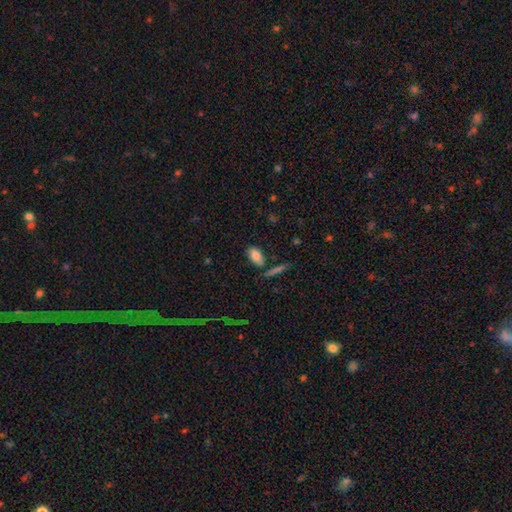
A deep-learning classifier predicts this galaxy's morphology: type=smooth (84%); roundness=in between (92%); merging=none (73%).